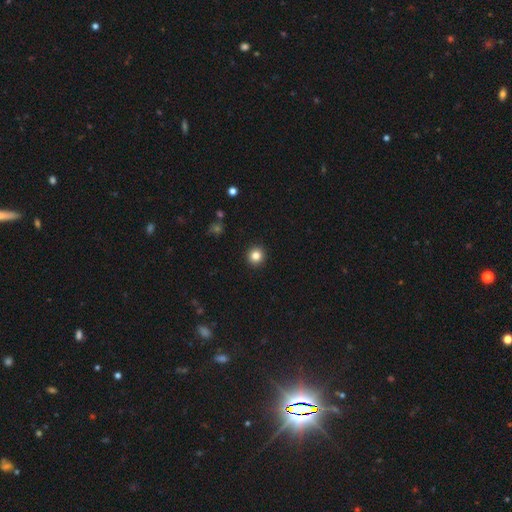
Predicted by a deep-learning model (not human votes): Smooth or featured?
  - smooth: 83% *
  - star or artifact: 11%
  - featured or disk: 5%
How rounded?
  - round: 93% *
  - in between: 6%
  - cigar-shaped: 1%
Merging?
  - none: 93% *
  - minor disturbance: 5%
  - major disturbance: 2%
  - merger: 1%